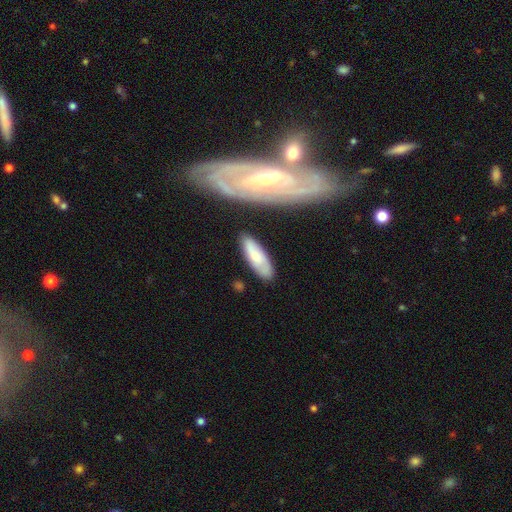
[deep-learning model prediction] Smooth or featured: smooth — 64% (featured or disk — 30%)
How rounded: in between — 58% (cigar-shaped — 41%)
Merging: none — 75% (minor disturbance — 16%)